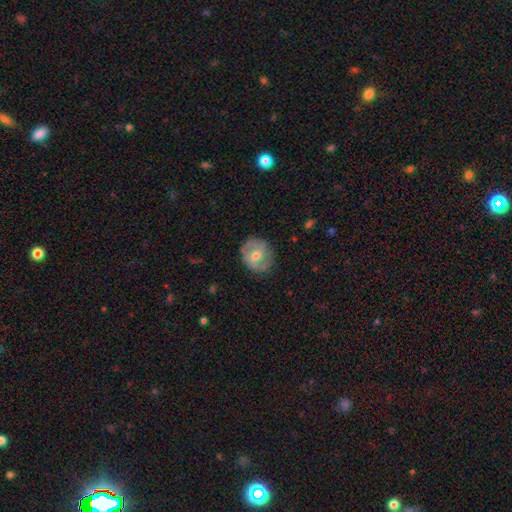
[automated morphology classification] The model was most divided on "bar": weak: 43%, no: 42%, strong: 15%. More confident: edge-on disk — no (96%); merging — none (79%); spiral arms — yes (73%); bulge size — moderate (62%); smooth or featured — featured or disk (56%).